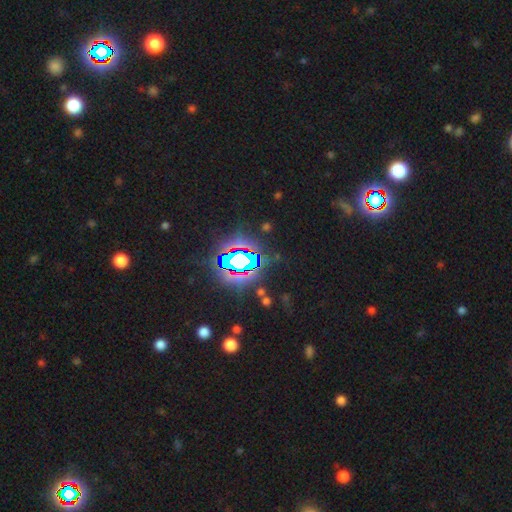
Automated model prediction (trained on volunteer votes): smooth-or-featured: star or artifact: 84% | smooth: 9% | featured or disk: 7%